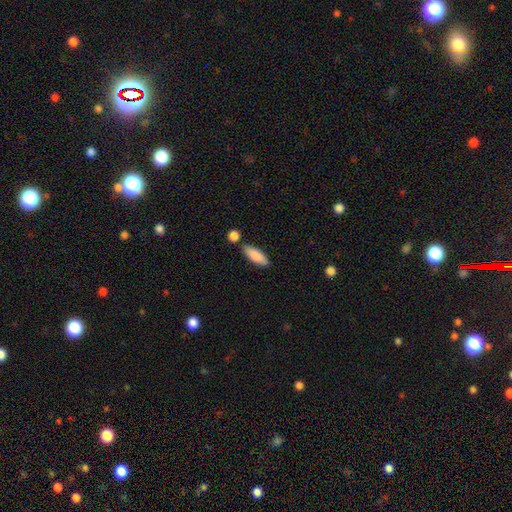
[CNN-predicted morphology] Overall: smooth (84%). How rounded: in between (64%; cigar-shaped 34%). Merging: none (76%).